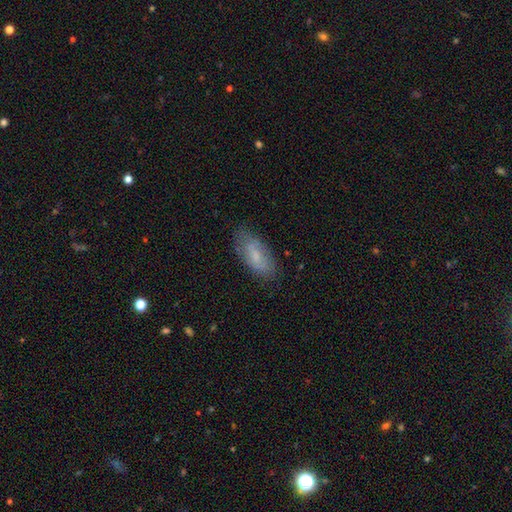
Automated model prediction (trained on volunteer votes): The model was most divided on "smooth or featured": smooth: 63%, featured or disk: 30%, star or artifact: 7%. More confident: how rounded — in between (88%); merging — none (73%).